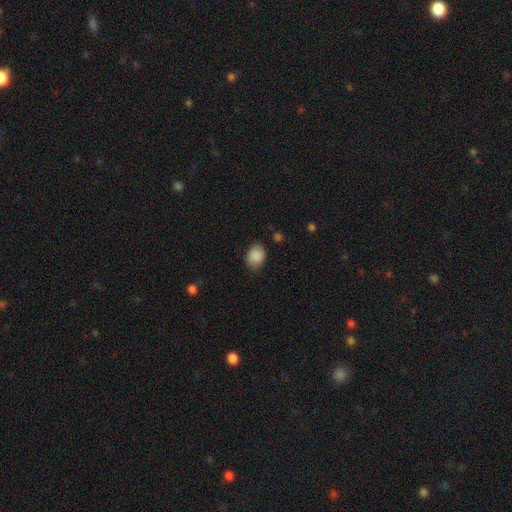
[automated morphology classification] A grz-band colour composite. It shows a smooth galaxy with no disk features (88%) that is in between round and cigar-shaped (59%). Merging: none (79%).